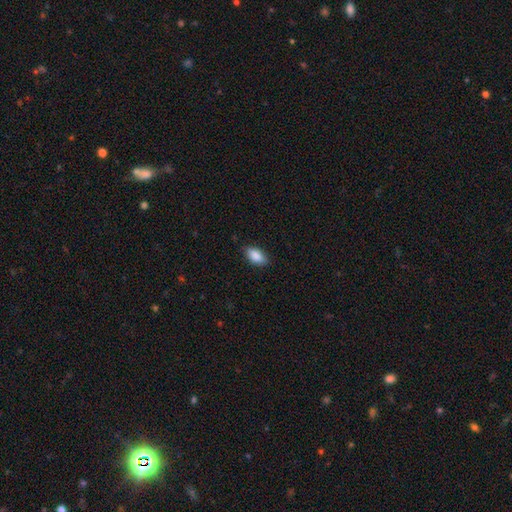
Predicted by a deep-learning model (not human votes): smooth_or_featured: smooth (p=0.88) [alt: star or artifact p=0.07]
how_rounded: in between (p=0.91) [alt: cigar-shaped p=0.06]
merging: none (p=0.84) [alt: minor disturbance p=0.13]